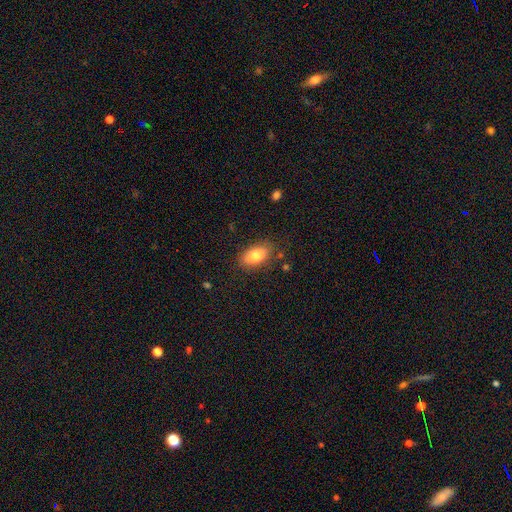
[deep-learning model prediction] Smooth or featured? smooth (80%)
How rounded? in between (90%)
Merging? none (83%)